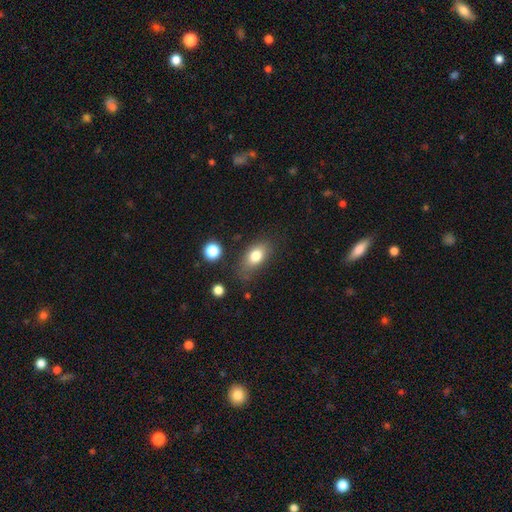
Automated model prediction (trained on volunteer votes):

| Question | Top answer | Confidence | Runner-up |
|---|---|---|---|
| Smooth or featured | smooth | 79% | featured or disk (12%) |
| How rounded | in between | 85% | round (12%) |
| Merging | none | 63% | minor disturbance (25%) |